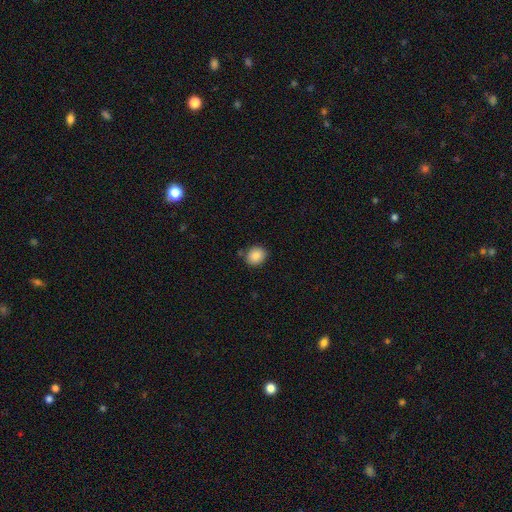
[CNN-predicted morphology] A smooth galaxy with no disk features (86%) that is round (73%). Merging: none (82%).